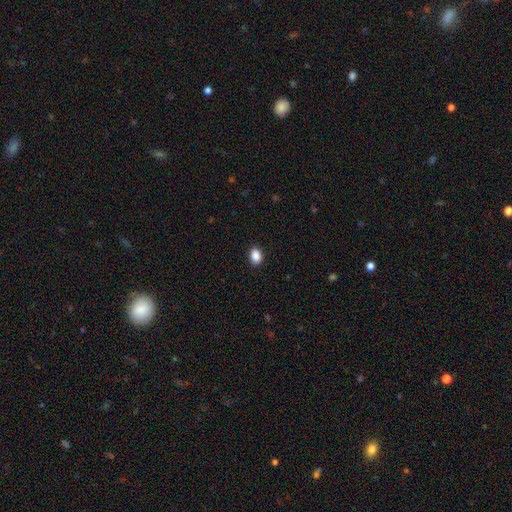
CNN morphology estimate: Smooth or featured? Predicted: smooth (p=0.89). How rounded? Predicted: in between (p=0.74). Merging? Predicted: none (p=0.90).